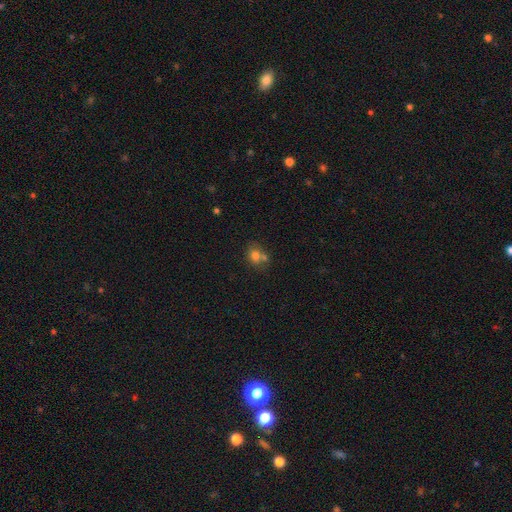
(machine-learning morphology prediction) smooth_or_featured: smooth (p=0.74) [alt: featured or disk p=0.14]
how_rounded: round (p=0.58) [alt: in between p=0.41]
merging: none (p=0.44) [alt: merger p=0.36]